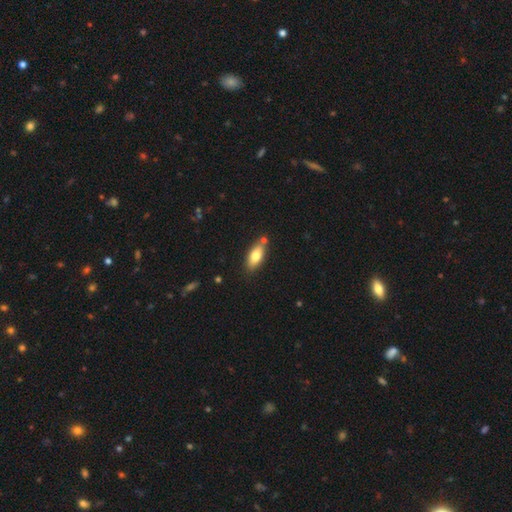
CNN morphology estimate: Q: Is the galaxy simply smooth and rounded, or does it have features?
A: smooth — 76%.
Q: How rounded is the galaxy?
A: in between — 79%.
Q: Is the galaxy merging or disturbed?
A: none — 74%.